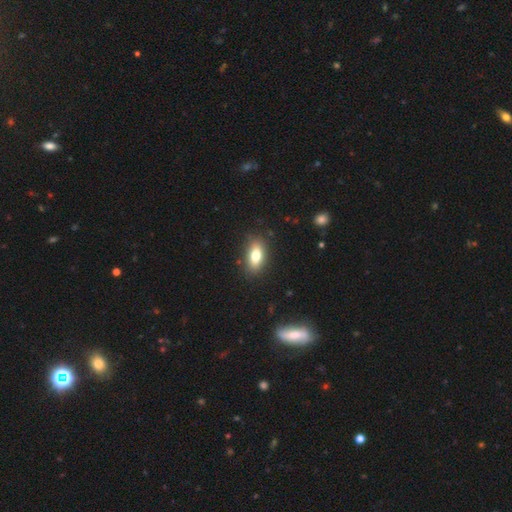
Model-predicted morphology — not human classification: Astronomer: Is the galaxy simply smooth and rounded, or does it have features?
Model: smooth — 75%.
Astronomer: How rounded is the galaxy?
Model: in between — 84%.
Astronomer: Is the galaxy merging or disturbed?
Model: none — 84%.